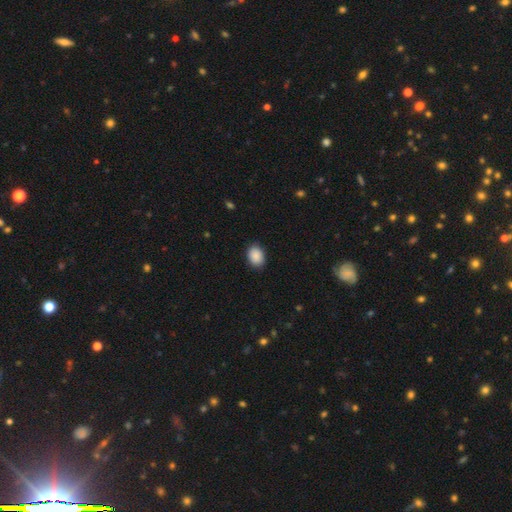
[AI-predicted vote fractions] Overall: smooth (90%). How rounded: in between (69%; round 30%). Merging: none (88%).